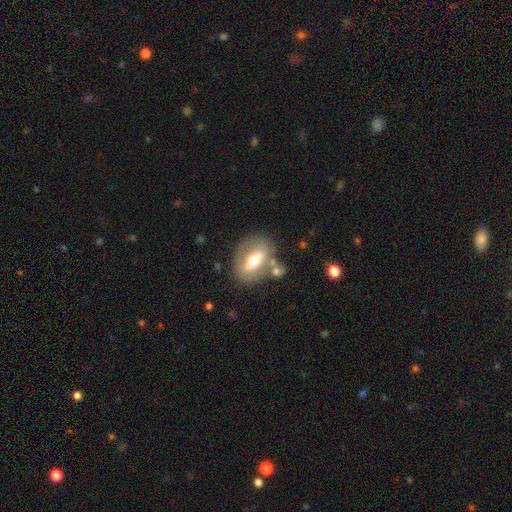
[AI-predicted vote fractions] A featured or disk galaxy (53%). Merging: none (69%).